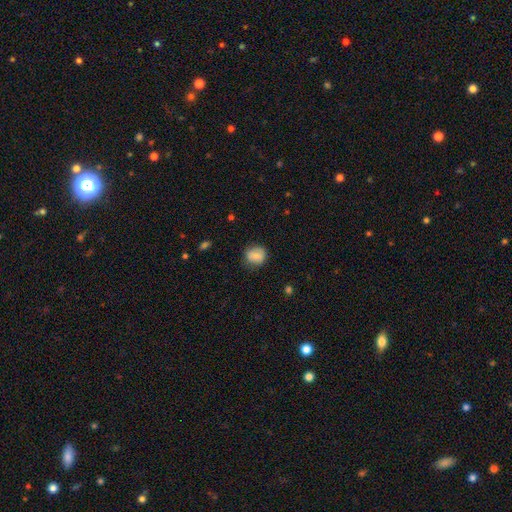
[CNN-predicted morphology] This is clearly a smooth galaxy (81%). How rounded: likely round (70%). Merging: likely none (75%).